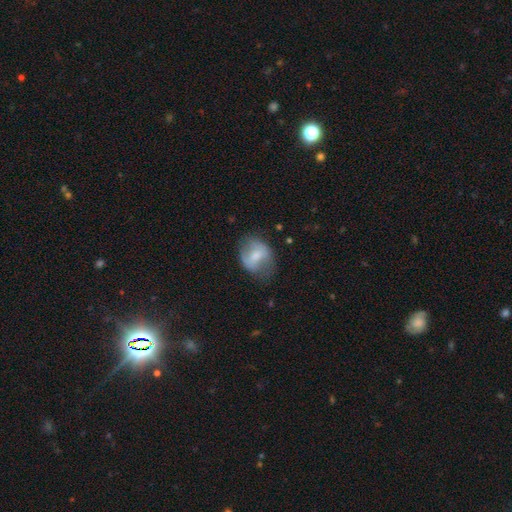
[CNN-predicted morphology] A smooth galaxy with no disk features (50%) that is in between round and cigar-shaped (56%). Merging: none (51%).